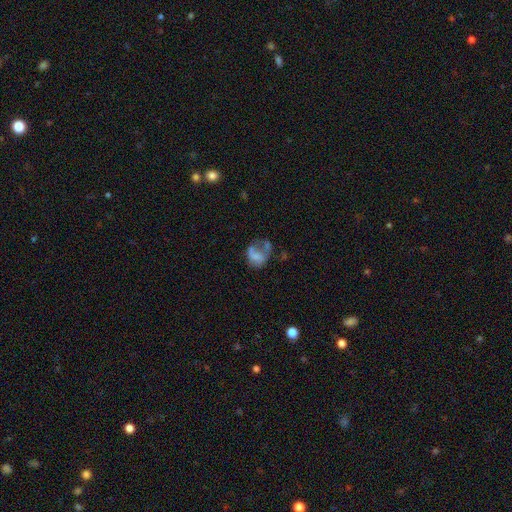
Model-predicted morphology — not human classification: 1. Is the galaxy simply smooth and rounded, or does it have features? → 50% smooth, 38% featured or disk, 12% star or artifact.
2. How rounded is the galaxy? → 54% in between, 45% round, 1% cigar-shaped.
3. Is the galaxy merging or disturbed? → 36% major disturbance, 25% none, 20% minor disturbance, 19% merger.